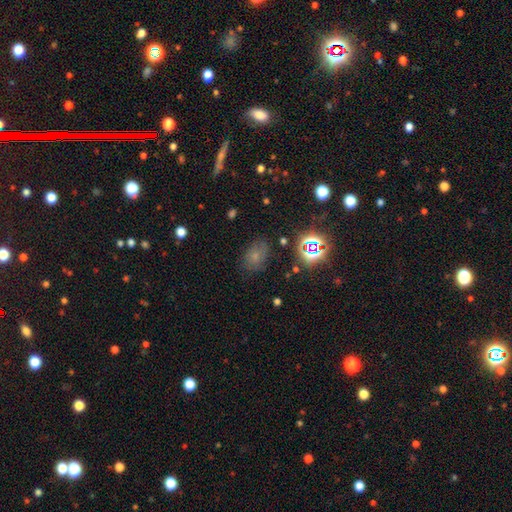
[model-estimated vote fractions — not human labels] Q: Smooth or featured?
A: smooth (57%); runner-up: star or artifact (28%)
Q: How rounded?
A: in between (73%); runner-up: round (25%)
Q: Merging?
A: none (72%); runner-up: minor disturbance (19%)